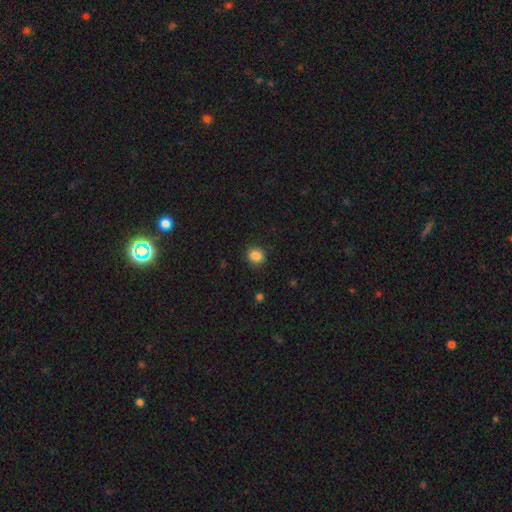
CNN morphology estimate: smooth_or_featured: smooth (p=0.86) [alt: star or artifact p=0.10]
how_rounded: round (p=0.81) [alt: in between p=0.18]
merging: none (p=0.89) [alt: minor disturbance p=0.07]